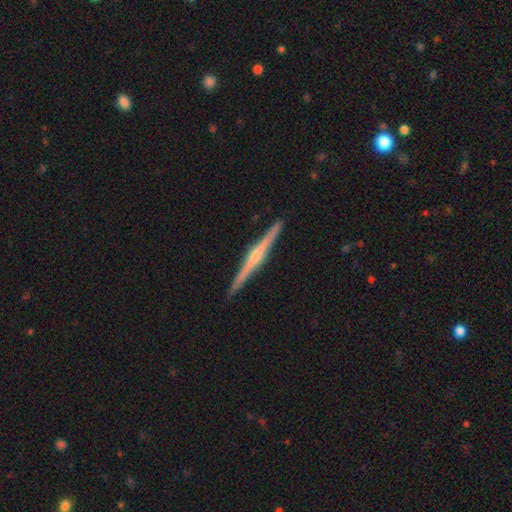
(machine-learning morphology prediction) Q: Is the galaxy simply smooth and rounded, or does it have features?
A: featured or disk — 80%.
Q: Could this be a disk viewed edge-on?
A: yes — 99%.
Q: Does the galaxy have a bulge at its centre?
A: rounded — 72%.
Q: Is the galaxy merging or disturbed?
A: none — 92%.